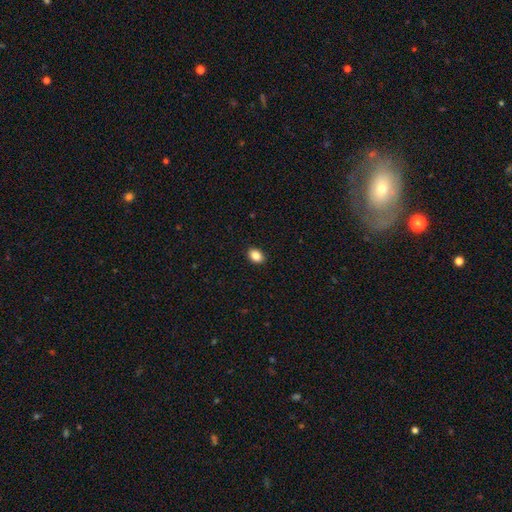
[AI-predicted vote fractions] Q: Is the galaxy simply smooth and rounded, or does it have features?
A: smooth — 86%.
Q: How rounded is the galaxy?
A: in between — 74%.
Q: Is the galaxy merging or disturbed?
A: none — 91%.